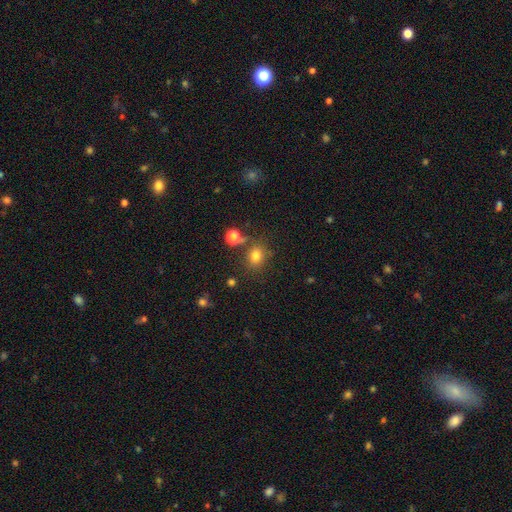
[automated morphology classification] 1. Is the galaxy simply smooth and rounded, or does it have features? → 77% smooth, 15% star or artifact, 8% featured or disk.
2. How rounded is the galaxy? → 58% round, 41% in between, 1% cigar-shaped.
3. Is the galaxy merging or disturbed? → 71% none, 13% minor disturbance, 10% merger, 5% major disturbance.